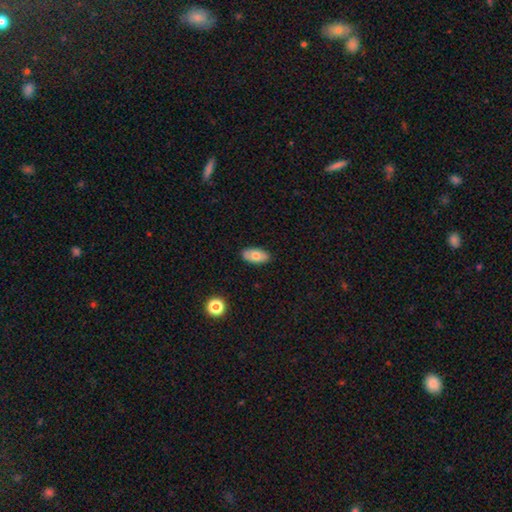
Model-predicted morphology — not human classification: Smooth or featured? Predicted: smooth (p=0.71). How rounded? Predicted: in between (p=0.93). Merging? Predicted: none (p=0.88).